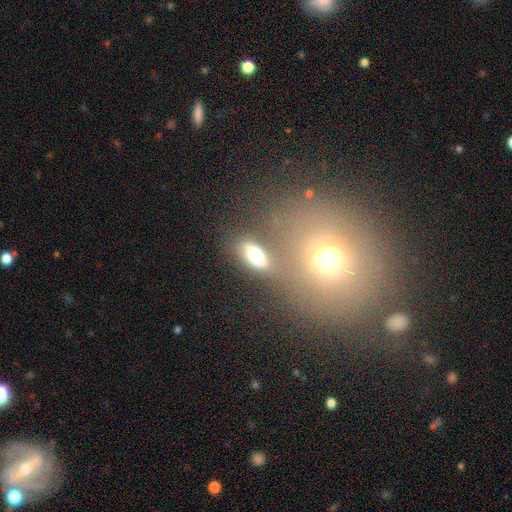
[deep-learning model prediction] A smooth galaxy with no disk features (70%) that is in between round and cigar-shaped (77%). Merging: none (67%).